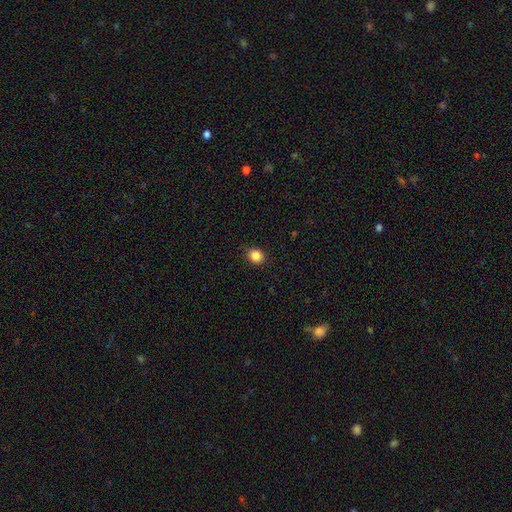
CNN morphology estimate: Smooth or featured?
  - smooth: 86% *
  - star or artifact: 10%
  - featured or disk: 4%
How rounded?
  - round: 69% *
  - in between: 30%
  - cigar-shaped: 1%
Merging?
  - none: 89% *
  - minor disturbance: 8%
  - major disturbance: 2%
  - merger: 1%